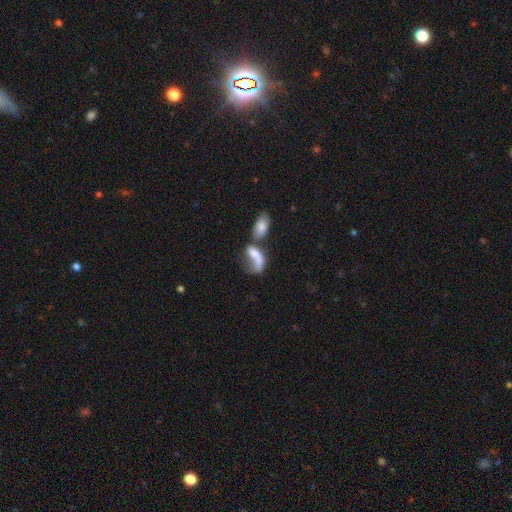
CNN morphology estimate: Smooth or featured? smooth (60%)
How rounded? in between (79%)
Merging? merger (48%)